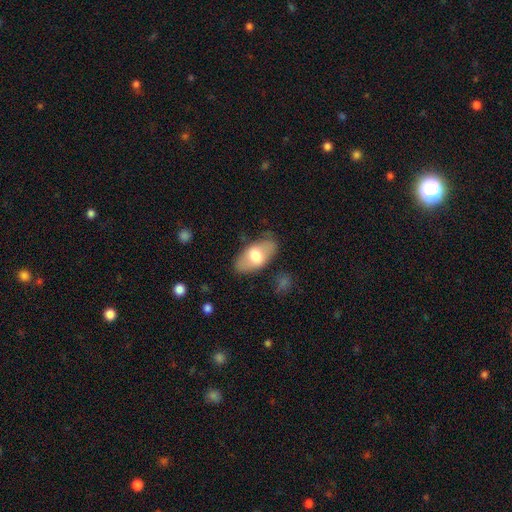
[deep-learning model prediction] A smooth galaxy with no disk features (63%) that is in between round and cigar-shaped (92%).

Vote fractions:
- Smooth or featured? smooth: 63% / featured or disk: 31% / star or artifact: 6%
- How rounded? in between: 92% / cigar-shaped: 4% / round: 4%
- Merging? none: 78% / minor disturbance: 16% / major disturbance: 5% / merger: 2%